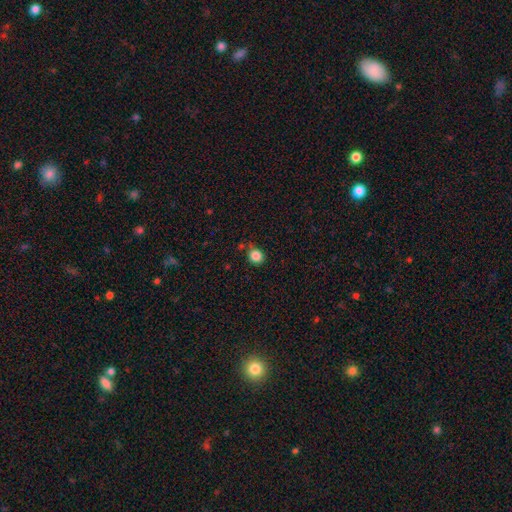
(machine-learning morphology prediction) Smooth or featured: smooth — 85% (star or artifact — 11%)
How rounded: round — 81% (in between — 18%)
Merging: none — 75% (minor disturbance — 15%)